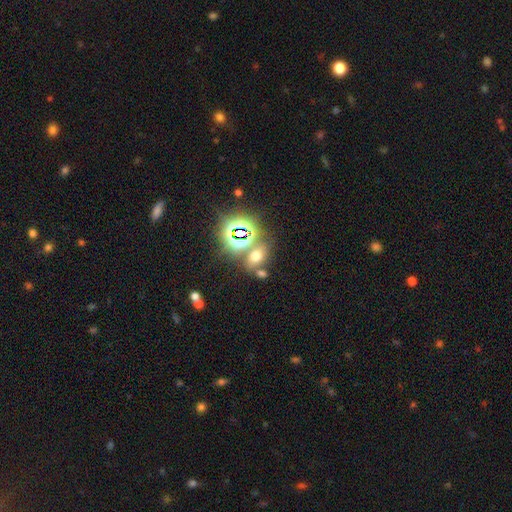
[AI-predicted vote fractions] Morphology: type=smooth (52%); roundness=in between (69%); merging=none (62%).